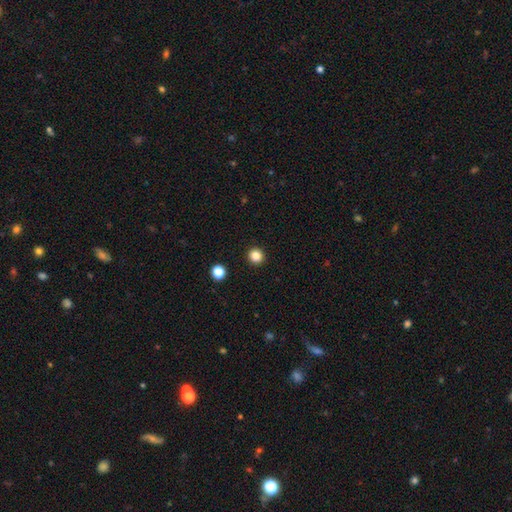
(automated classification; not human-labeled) A smooth galaxy with no disk features (84%) that is round (94%). Merging: none (94%).